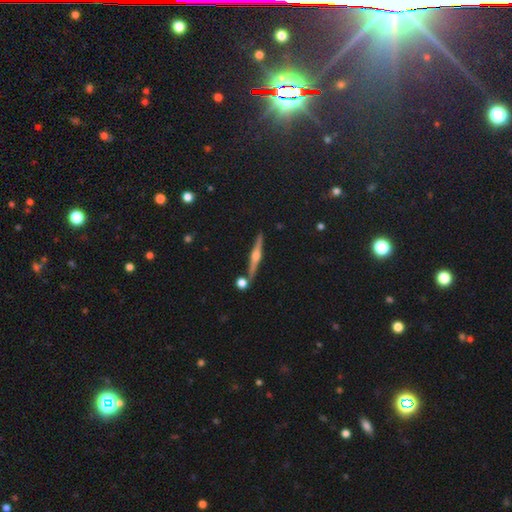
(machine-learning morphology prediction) Smooth or featured? Predicted: featured or disk (p=0.78). Edge-on disk? Predicted: yes (p=0.98). Edge-on bulge? Predicted: rounded (p=0.89). Merging? Predicted: none (p=0.85).